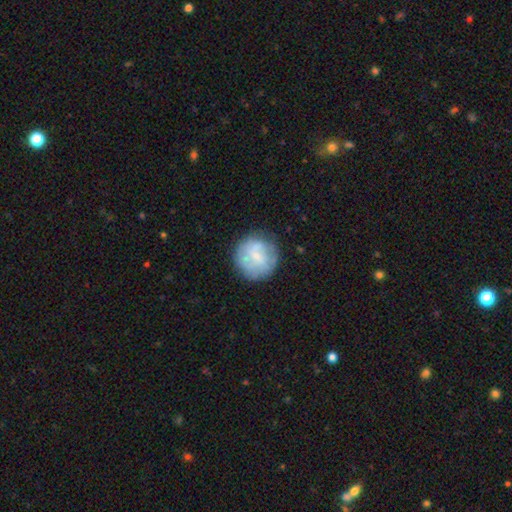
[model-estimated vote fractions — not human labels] Smooth or featured: smooth — 56% (featured or disk — 36%)
How rounded: round — 91% (in between — 8%)
Merging: none — 73% (minor disturbance — 17%)